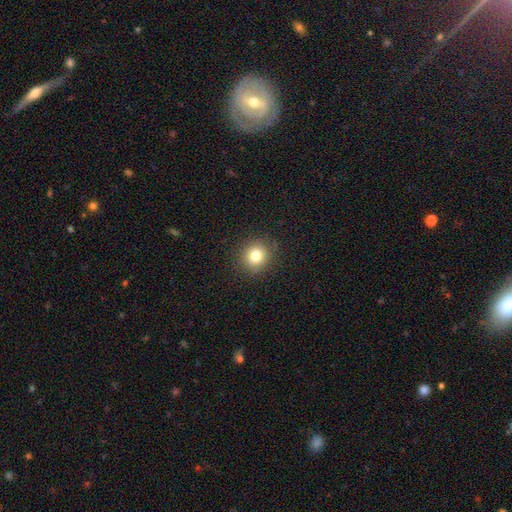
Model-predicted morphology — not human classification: type=smooth (79%); roundness=round (88%); merging=none (89%).